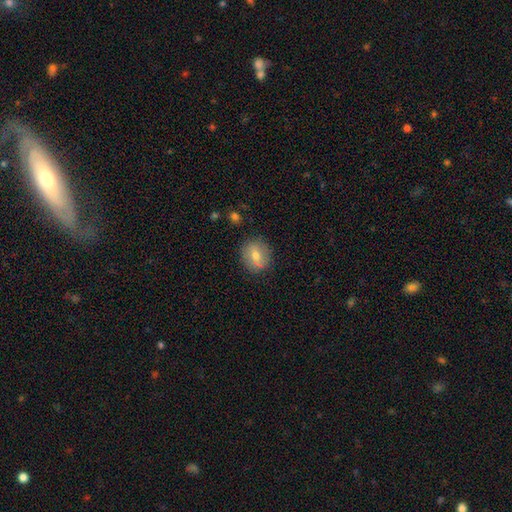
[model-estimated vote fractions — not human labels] smooth-or-featured: smooth: 61% | featured or disk: 30% | star or artifact: 9%
  how-rounded: round: 79% | in between: 20% | cigar-shaped: 1%
  merging: none: 87% | minor disturbance: 9% | major disturbance: 3% | merger: 1%